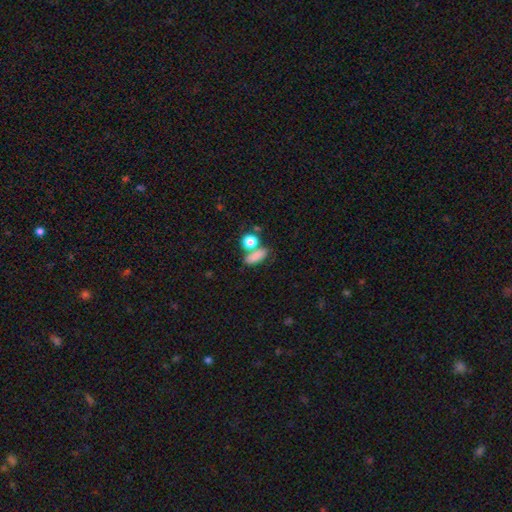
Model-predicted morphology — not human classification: This is clearly a smooth galaxy (80%). How rounded: likely in between (72%). Merging: possibly none (54%).